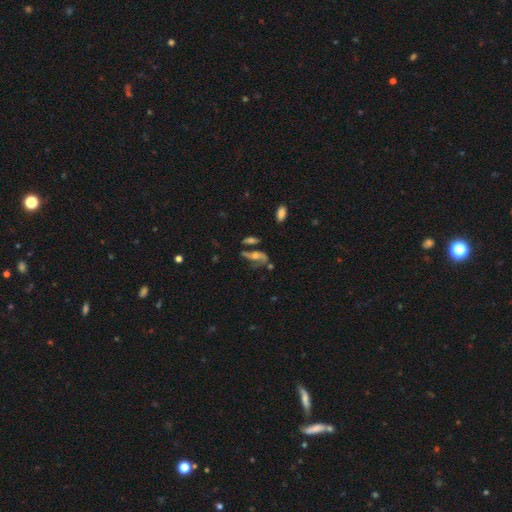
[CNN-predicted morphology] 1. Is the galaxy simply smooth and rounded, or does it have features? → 60% featured or disk, 28% smooth, 12% star or artifact.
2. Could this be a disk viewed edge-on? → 75% no, 25% yes.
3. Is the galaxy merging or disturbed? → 44% none, 20% minor disturbance, 19% major disturbance, 17% merger.